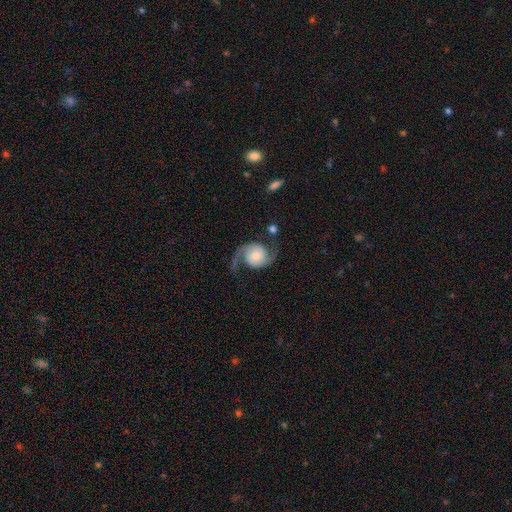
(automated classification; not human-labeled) smooth_or_featured: featured or disk (p=0.88) [alt: smooth p=0.07]
disk_edge_on: no (p=0.98) [alt: yes p=0.02]
bar: no (p=0.69) [alt: weak p=0.26]
has_spiral_arms: yes (p=0.97) [alt: no p=0.03]
spiral_winding: loose (p=0.48) [alt: medium p=0.41]
spiral_arm_count: 2 (p=0.92) [alt: 1 p=0.04]
bulge_size: moderate (p=0.51) [alt: small p=0.29]
merging: none (p=0.69) [alt: minor disturbance p=0.15]